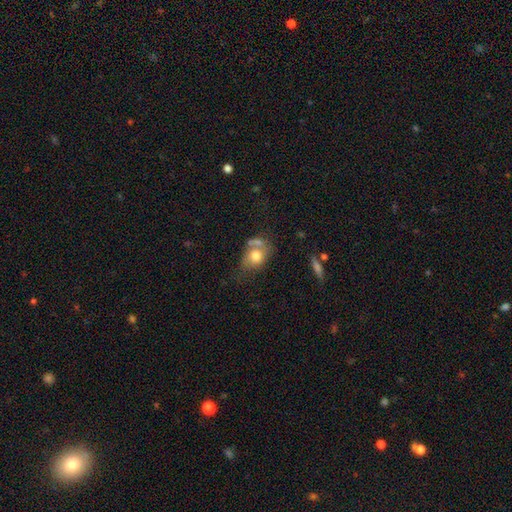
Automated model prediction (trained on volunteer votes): Smooth or featured?
  - smooth: 73% *
  - featured or disk: 18%
  - star or artifact: 9%
How rounded?
  - in between: 58% *
  - round: 40%
  - cigar-shaped: 2%
Merging?
  - merger: 34% * (tied)
  - none: 34% * (tied)
  - minor disturbance: 20%
  - major disturbance: 12%